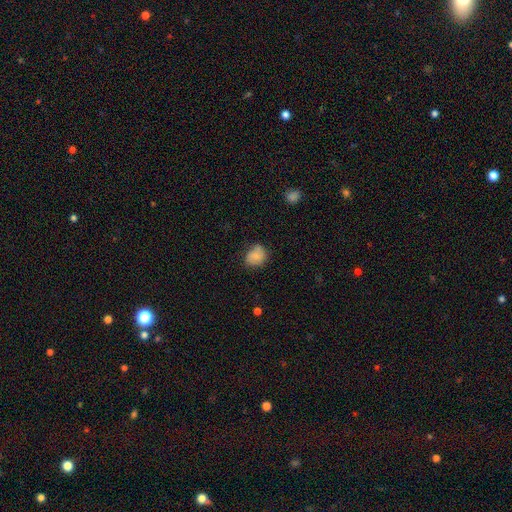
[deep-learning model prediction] The model was most divided on "how rounded": round: 64%, in between: 35%, cigar-shaped: 1%. More confident: smooth or featured — smooth (72%); merging — none (60%).